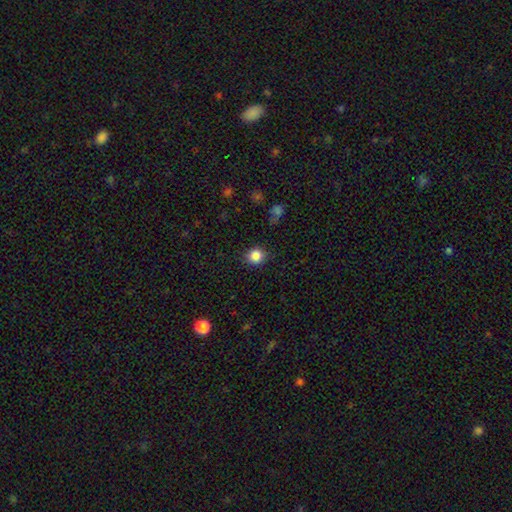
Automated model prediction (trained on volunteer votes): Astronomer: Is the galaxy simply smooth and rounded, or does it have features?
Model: smooth — 85%.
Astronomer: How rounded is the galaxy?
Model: round — 86%.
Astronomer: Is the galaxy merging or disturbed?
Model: none — 85%.